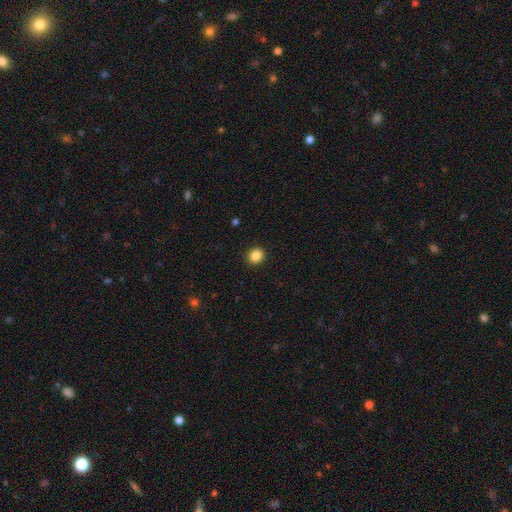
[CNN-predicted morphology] Smooth or featured? smooth (86%)
How rounded? round (83%)
Merging? none (92%)